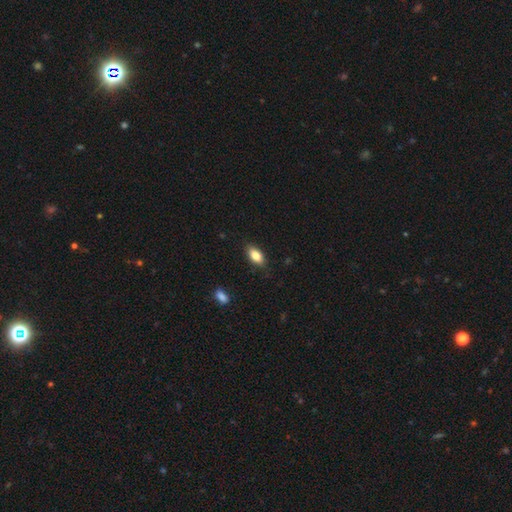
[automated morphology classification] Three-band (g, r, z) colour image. It shows a smooth galaxy with no disk features (84%) that is in between round and cigar-shaped (88%). Merging: none (84%).